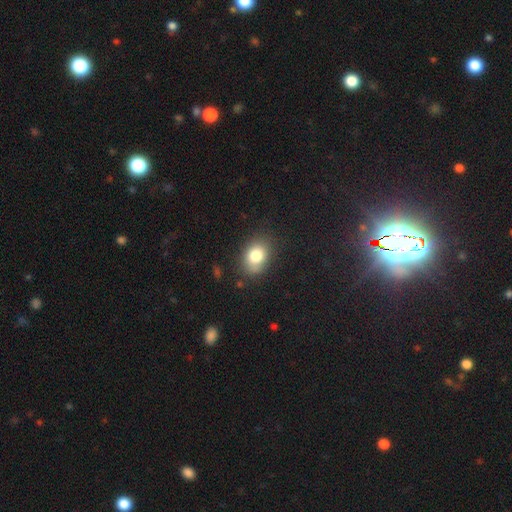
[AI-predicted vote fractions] smooth_or_featured: smooth (p=0.80) [alt: featured or disk p=0.10]
how_rounded: in between (p=0.66) [alt: round p=0.33]
merging: none (p=0.76) [alt: minor disturbance p=0.17]